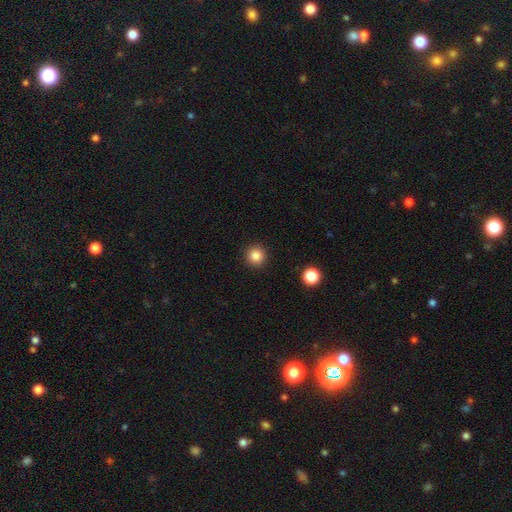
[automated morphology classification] type=smooth (85%); roundness=round (95%); merging=none (92%).